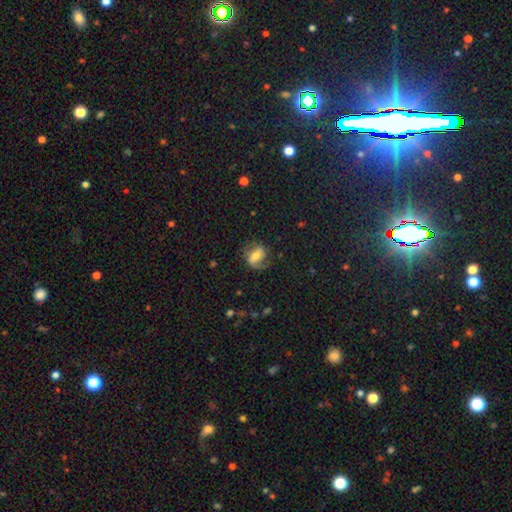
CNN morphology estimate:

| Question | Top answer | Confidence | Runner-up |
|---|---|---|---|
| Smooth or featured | featured or disk | 51% | smooth (40%) |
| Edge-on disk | no | 94% | yes (6%) |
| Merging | none | 60% | minor disturbance (21%) |